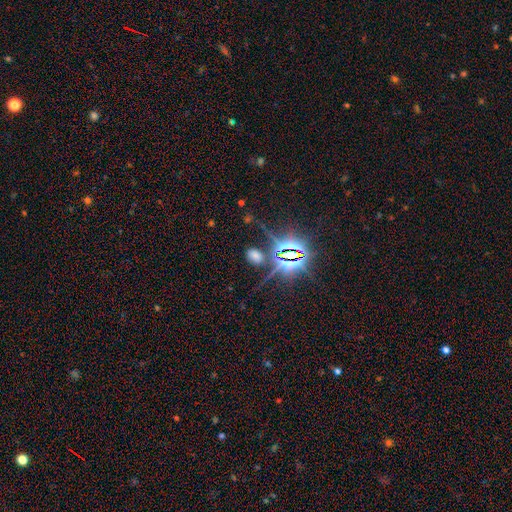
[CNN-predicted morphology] The model was most divided on "smooth or featured": star or artifact: 47%, smooth: 42%, featured or disk: 11%.